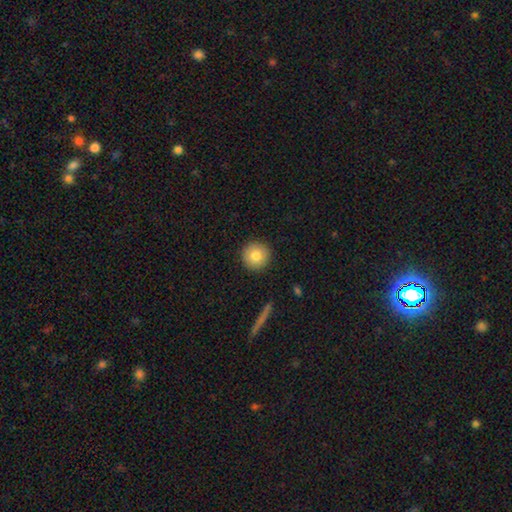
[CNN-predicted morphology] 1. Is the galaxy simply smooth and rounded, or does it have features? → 81% smooth, 11% featured or disk, 8% star or artifact.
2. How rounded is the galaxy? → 96% round, 3% in between, 1% cigar-shaped.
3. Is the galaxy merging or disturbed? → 92% none, 5% minor disturbance, 2% major disturbance, 1% merger.